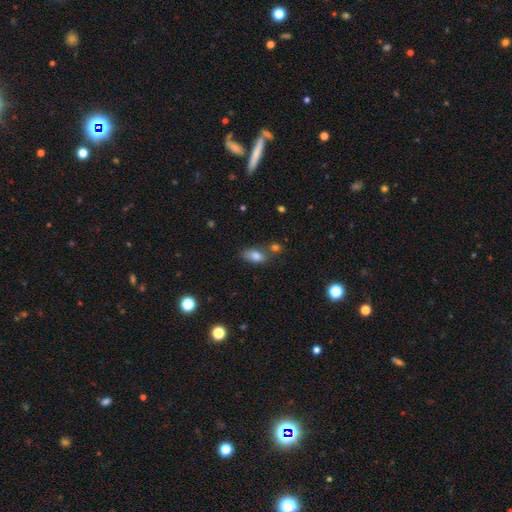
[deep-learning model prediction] A smooth galaxy with no disk features (82%) that is in between round and cigar-shaped (87%).

Vote fractions:
- Smooth or featured? smooth: 82% / star or artifact: 10% / featured or disk: 9%
- How rounded? in between: 87% / round: 7% / cigar-shaped: 7%
- Merging? none: 51% / merger: 23% / minor disturbance: 19% / major disturbance: 7%